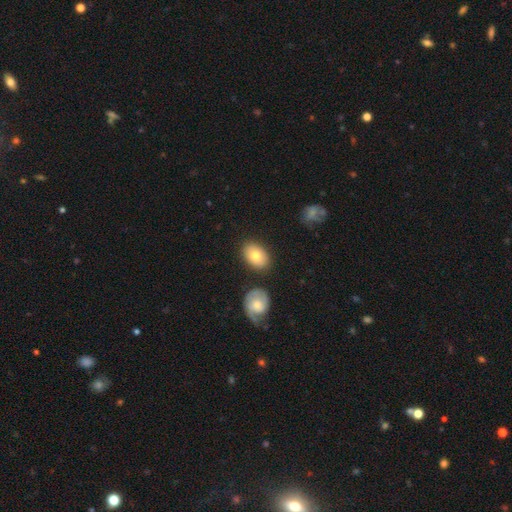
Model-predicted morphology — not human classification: Q: Smooth or featured?
A: smooth (77%); runner-up: featured or disk (16%)
Q: How rounded?
A: in between (83%); runner-up: round (15%)
Q: Merging?
A: none (79%); runner-up: minor disturbance (11%)